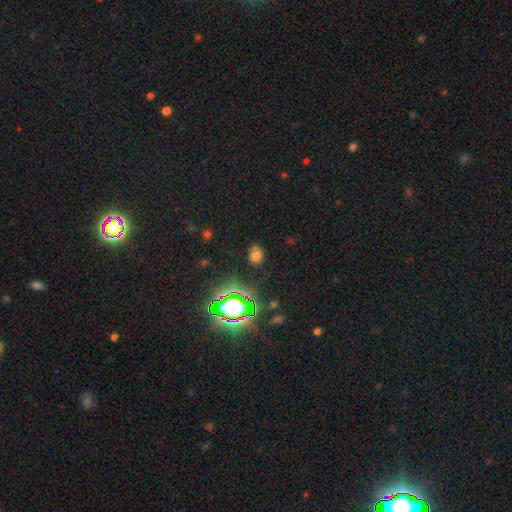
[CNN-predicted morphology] A smooth galaxy with no disk features (60%) that is in between round and cigar-shaped (52%). Merging: none (75%).